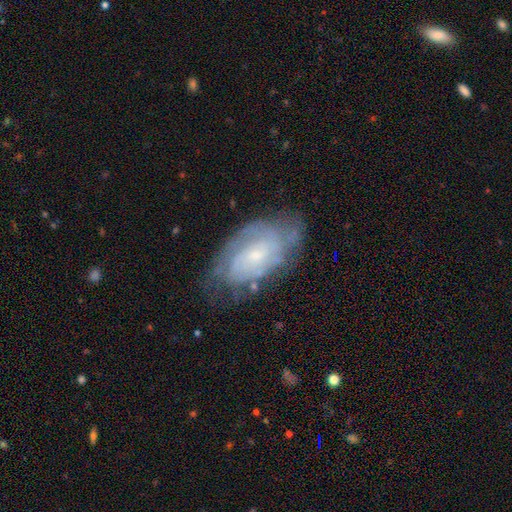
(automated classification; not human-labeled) smooth_or_featured: featured or disk (p=0.75) [alt: smooth p=0.18]
disk_edge_on: no (p=0.95) [alt: yes p=0.05]
bar: no (p=0.68) [alt: weak p=0.28]
has_spiral_arms: yes (p=0.88) [alt: no p=0.12]
spiral_winding: tight (p=0.64) [alt: medium p=0.28]
spiral_arm_count: can't tell (p=0.50) [alt: 2 p=0.24]
bulge_size: small (p=0.73) [alt: moderate p=0.20]
merging: none (p=0.67) [alt: minor disturbance p=0.23]